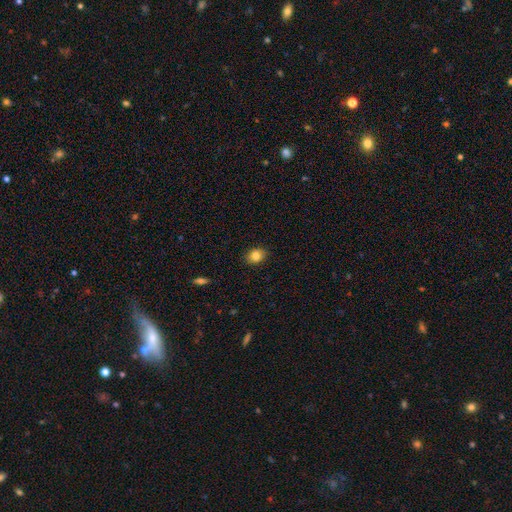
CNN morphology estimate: smooth 83%, star or artifact 10%, featured or disk 7%. Down the decision tree: how rounded — in between (52%); merging — none (89%).